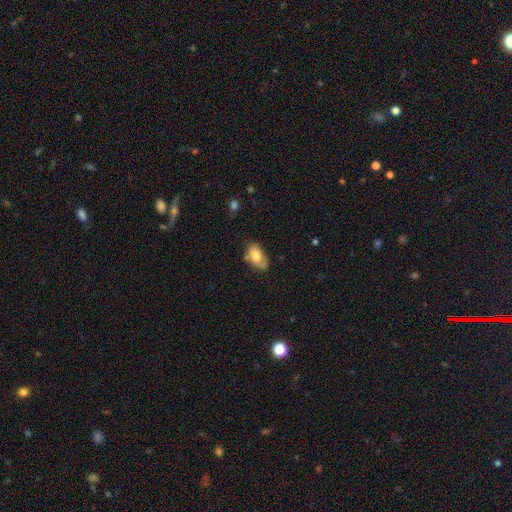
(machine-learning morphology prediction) Smooth or featured: smooth — 73% (featured or disk — 20%)
How rounded: in between — 92% (round — 6%)
Merging: none — 59% (minor disturbance — 29%)